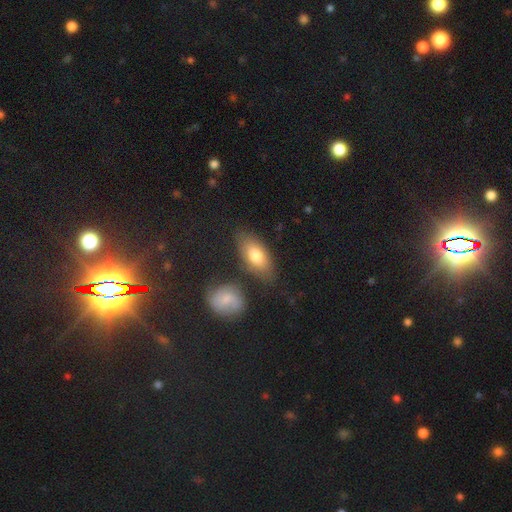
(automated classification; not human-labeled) Smooth or featured? smooth (75%)
How rounded? in between (85%)
Merging? none (72%)